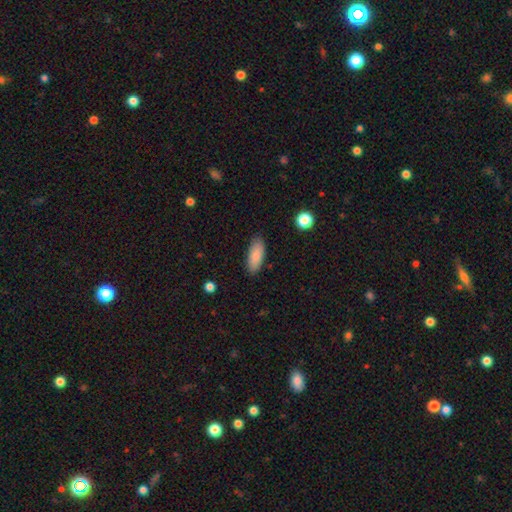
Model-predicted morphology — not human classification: type=smooth (86%); roundness=in between (80%); merging=none (85%).